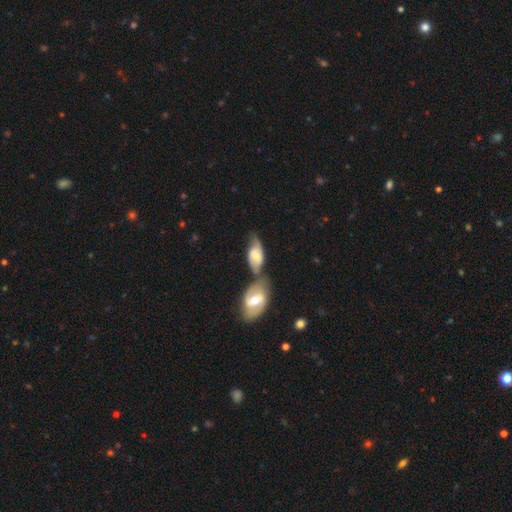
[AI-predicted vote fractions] Smooth or featured? Predicted: featured or disk (p=0.57). Edge-on disk? Predicted: no (p=0.89). Bar? Predicted: weak (p=0.44). Spiral arms? Predicted: yes (p=0.77). Bulge size? Predicted: moderate (p=0.51). Merging? Predicted: merger (p=0.44).